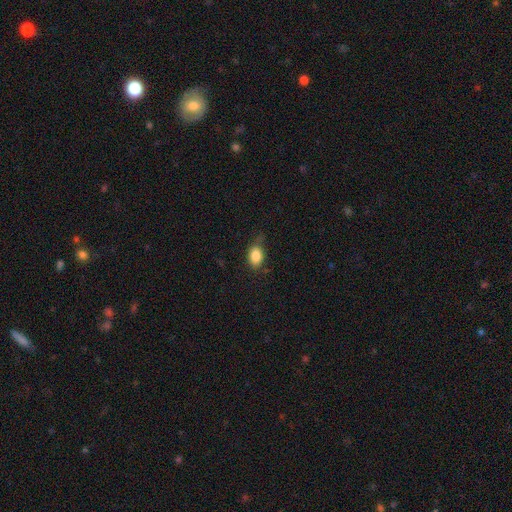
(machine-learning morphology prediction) The model was most divided on "merging": none: 64%, minor disturbance: 28%, major disturbance: 7%, merger: 2%. More confident: smooth or featured — smooth (85%); how rounded — in between (79%).